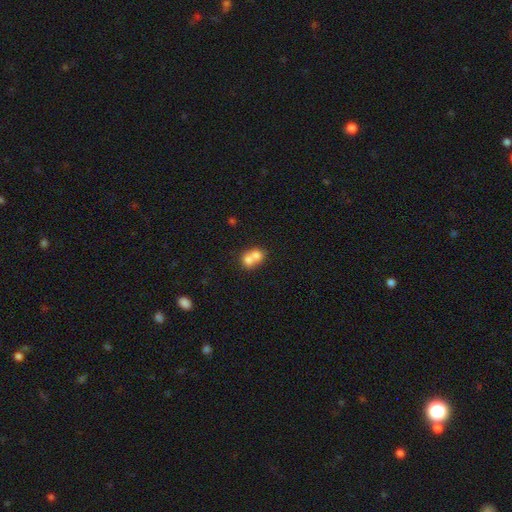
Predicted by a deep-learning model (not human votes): smooth_or_featured: smooth (p=0.70) [alt: featured or disk p=0.21]
how_rounded: round (p=0.63) [alt: in between p=0.36]
merging: merger (p=0.72) [alt: none p=0.21]